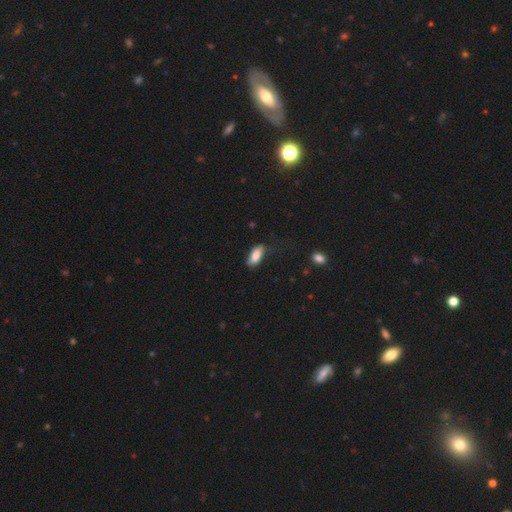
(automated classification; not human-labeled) Smooth or featured?
  - smooth: 84% *
  - featured or disk: 9%
  - star or artifact: 7%
How rounded?
  - in between: 85% *
  - cigar-shaped: 13%
  - round: 2%
Merging?
  - none: 65% *
  - minor disturbance: 26%
  - major disturbance: 8%
  - merger: 2%